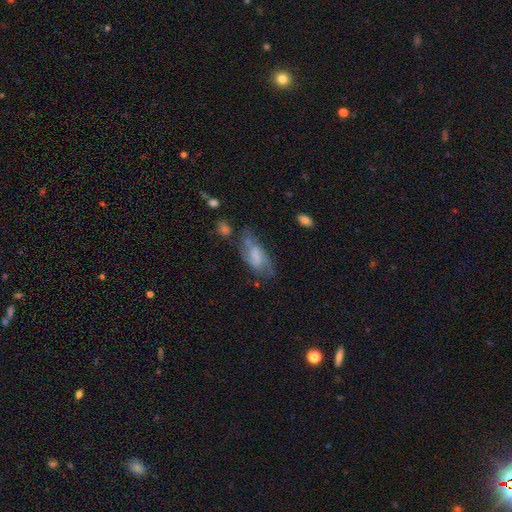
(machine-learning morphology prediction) Overall: featured or disk (58%; smooth 33%). Edge-on disk: no (92%). Bar: weak (48%; no 35%). Spiral arms: yes (84%). Bulge size: small (32%; none 31%). Merging: none (50%; minor disturbance 25%).